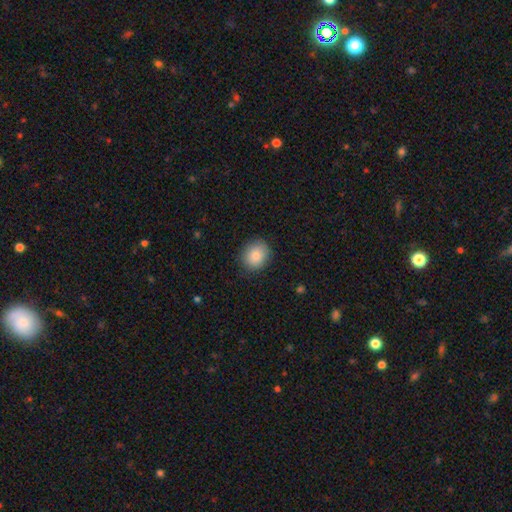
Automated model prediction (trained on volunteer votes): This appears to be a smooth galaxy with no disk features (84%) that is round (69%). Merging: none (87%).